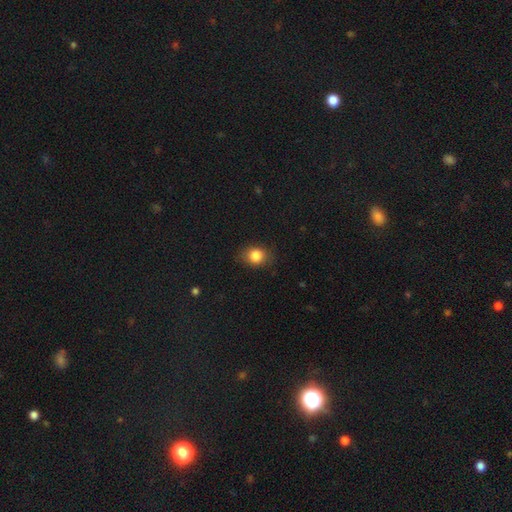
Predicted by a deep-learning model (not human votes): smooth 84%, star or artifact 10%, featured or disk 6%. Down the decision tree: how rounded — round (57%); merging — none (81%).